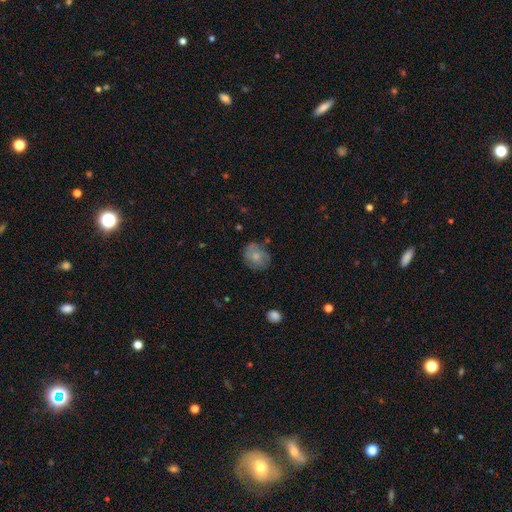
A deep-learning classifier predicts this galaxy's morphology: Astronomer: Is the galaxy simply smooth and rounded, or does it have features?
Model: smooth — 67%.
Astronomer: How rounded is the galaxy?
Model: round — 54% (runner-up: in between, 45%).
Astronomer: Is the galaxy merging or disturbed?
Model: none — 67%.